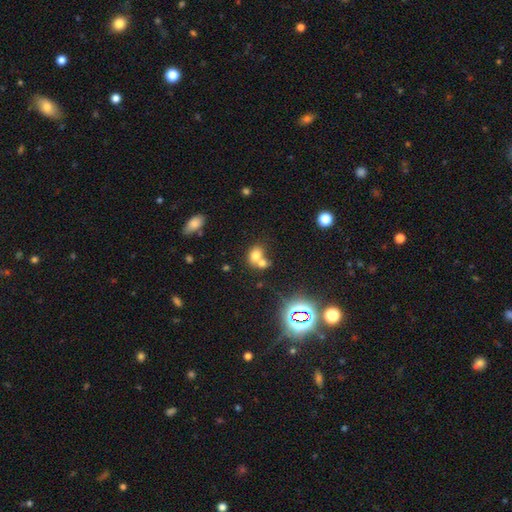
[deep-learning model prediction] Smooth or featured?
  - smooth: 70% *
  - star or artifact: 16%
  - featured or disk: 13%
How rounded?
  - in between: 61% *
  - round: 38%
  - cigar-shaped: 1%
Merging?
  - merger: 58% *
  - none: 31%
  - minor disturbance: 7%
  - major disturbance: 4%